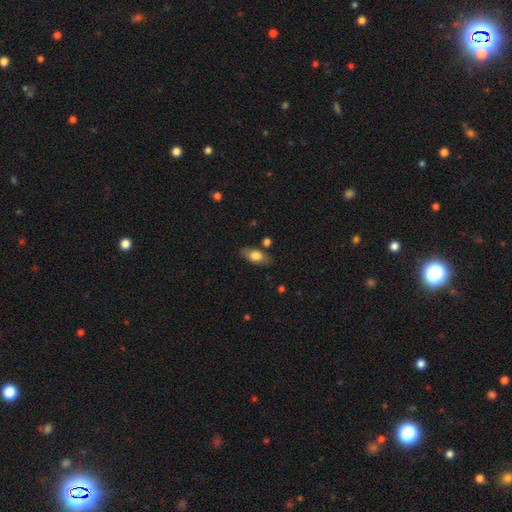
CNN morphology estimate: Smooth or featured: smooth — 74% (featured or disk — 19%)
How rounded: in between — 84% (cigar-shaped — 12%)
Merging: none — 80% (minor disturbance — 14%)